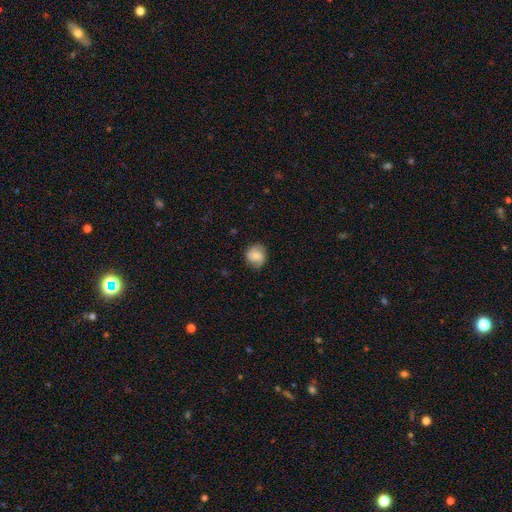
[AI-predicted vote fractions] smooth 72%, featured or disk 20%, star or artifact 8%. Down the decision tree: how rounded — round (84%); merging — none (80%).